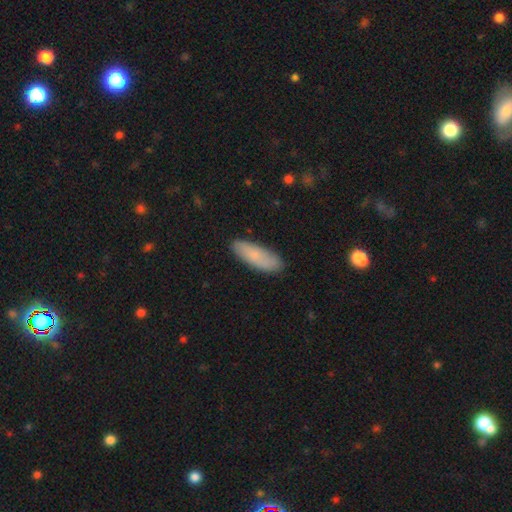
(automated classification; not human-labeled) Smooth or featured? Predicted: smooth (p=0.78). How rounded? Predicted: in between (p=0.60). Merging? Predicted: none (p=0.83).